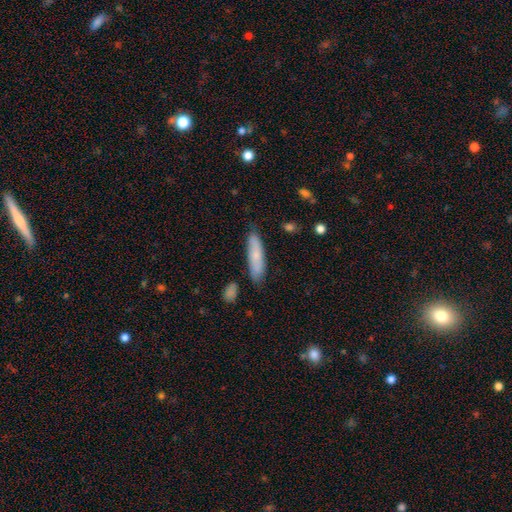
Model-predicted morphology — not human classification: This is likely a smooth galaxy (72%). How rounded: likely cigar-shaped (71%). Merging: likely none (78%).